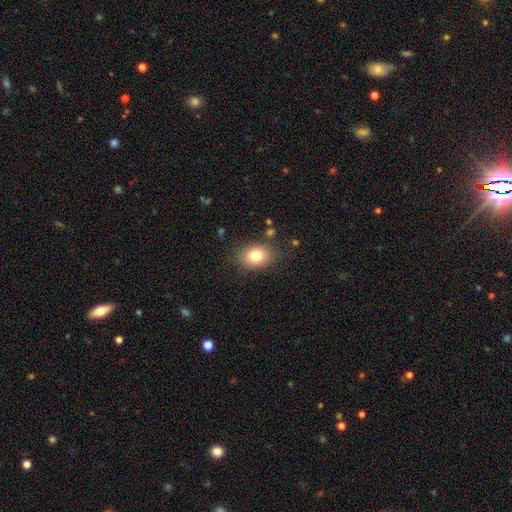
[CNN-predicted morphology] This appears to be a smooth galaxy with no disk features (79%) that is in between round and cigar-shaped (64%). Merging: none (82%).